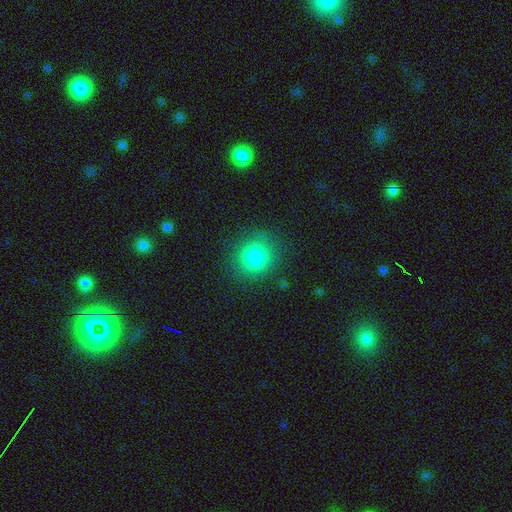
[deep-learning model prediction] Smooth or featured? smooth (75%)
How rounded? round (88%)
Merging? none (88%)